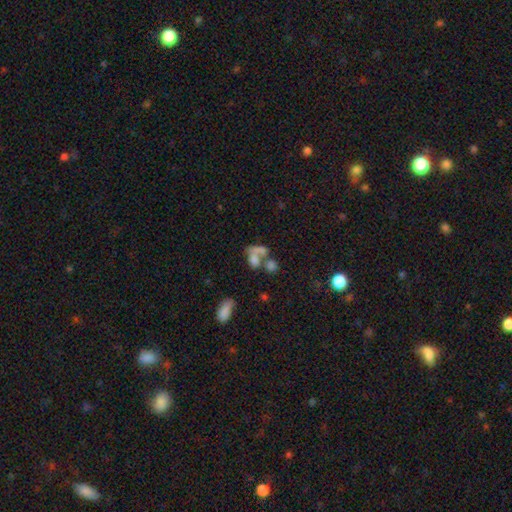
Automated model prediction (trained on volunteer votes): smooth 60%, featured or disk 25%, star or artifact 15%. Down the decision tree: how rounded — in between (72%); merging — merger (56%).